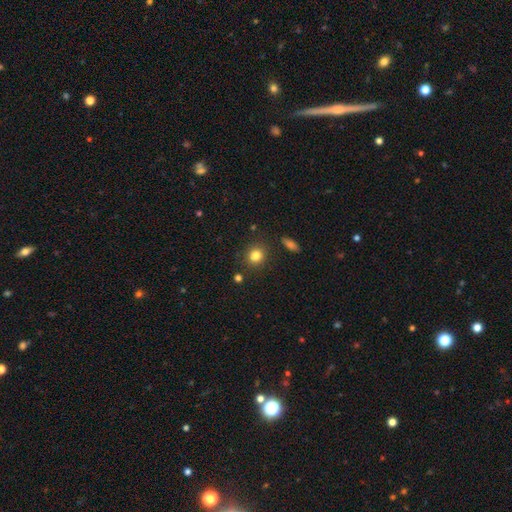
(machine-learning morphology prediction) This appears to be a smooth galaxy with no disk features (82%) that is round (83%). Merging: none (86%).